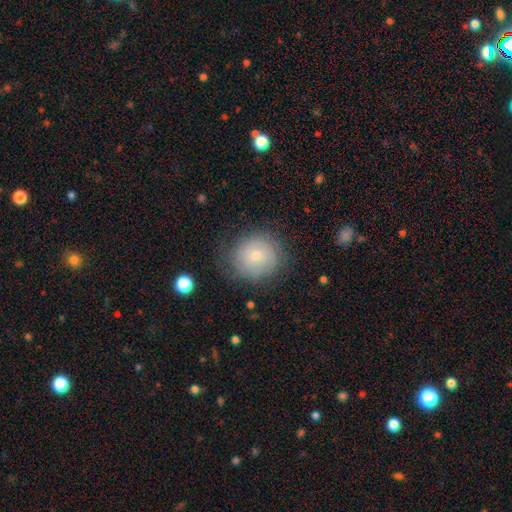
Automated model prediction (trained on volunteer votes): smooth-or-featured: smooth: 55% | featured or disk: 35% | star or artifact: 10%
  how-rounded: round: 88% | in between: 11% | cigar-shaped: 1%
  merging: none: 71% | minor disturbance: 19% | major disturbance: 8% | merger: 1%